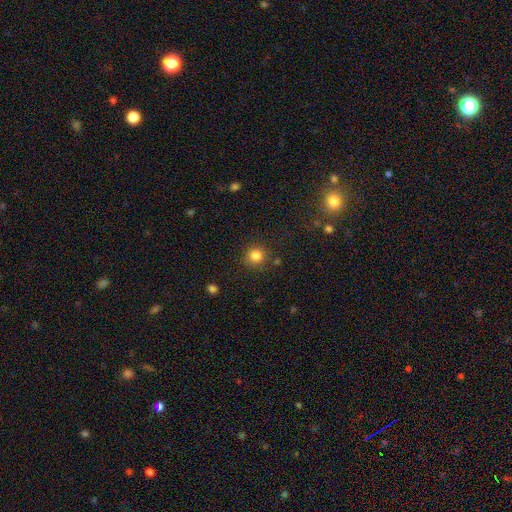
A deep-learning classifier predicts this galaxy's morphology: smooth_or_featured: smooth (p=0.83) [alt: star or artifact p=0.12]
how_rounded: round (p=0.92) [alt: in between p=0.07]
merging: none (p=0.87) [alt: minor disturbance p=0.07]